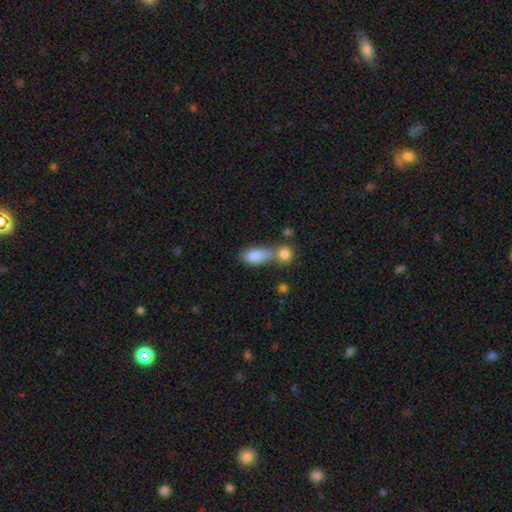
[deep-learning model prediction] A smooth galaxy with no disk features (82%) that is in between round and cigar-shaped (82%). Merging: merger (49%).